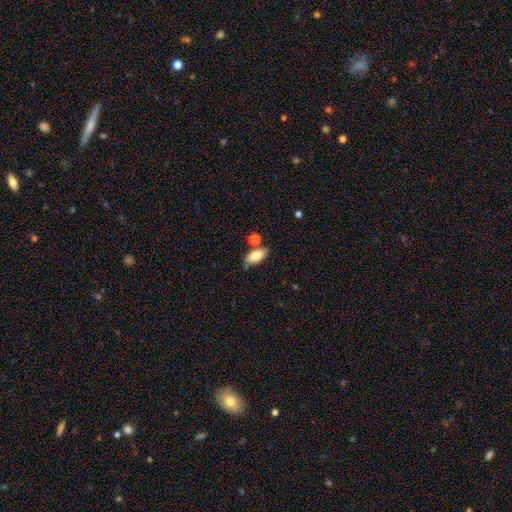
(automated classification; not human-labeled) This is likely a smooth galaxy (79%). How rounded: clearly in between (91%). Merging: likely none (65%).